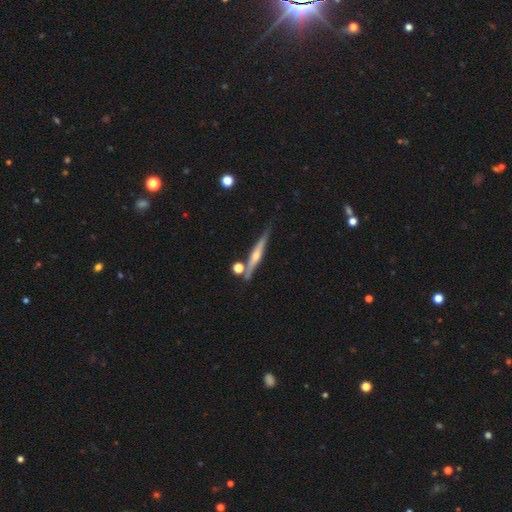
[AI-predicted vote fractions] Q: Smooth or featured?
A: featured or disk (72%); runner-up: smooth (21%)
Q: Edge-on disk?
A: yes (97%); runner-up: no (3%)
Q: Edge-on bulge?
A: rounded (86%); runner-up: none (9%)
Q: Merging?
A: none (78%); runner-up: minor disturbance (11%)